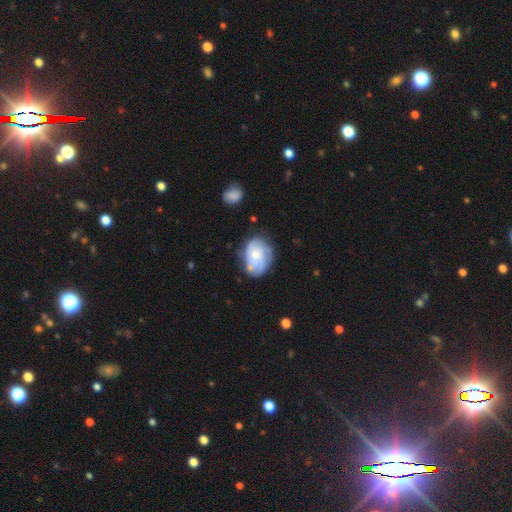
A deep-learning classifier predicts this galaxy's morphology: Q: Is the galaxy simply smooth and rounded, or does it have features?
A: featured or disk — 47%.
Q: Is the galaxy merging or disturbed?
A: none — 57%.